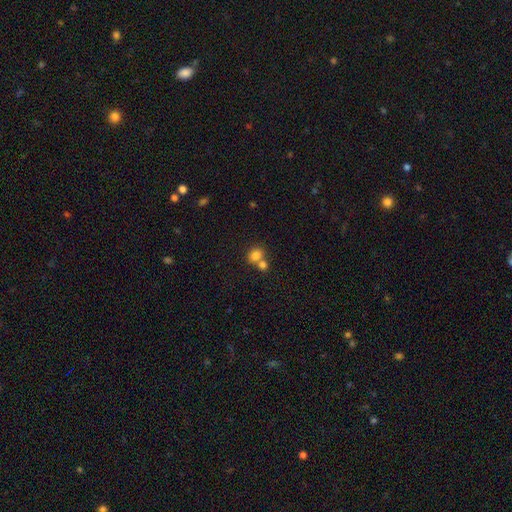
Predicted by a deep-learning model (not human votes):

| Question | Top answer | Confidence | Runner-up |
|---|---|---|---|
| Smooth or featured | smooth | 80% | star or artifact (12%) |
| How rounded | round | 65% | in between (34%) |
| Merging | merger | 45% | none (44%) |